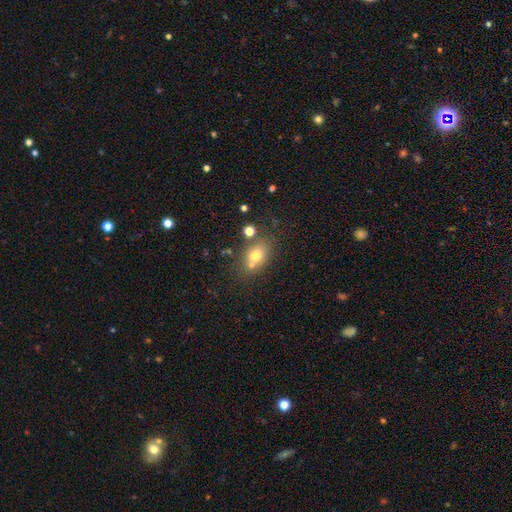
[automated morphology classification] type=smooth (70%); roundness=in between (63%); merging=none (61%).